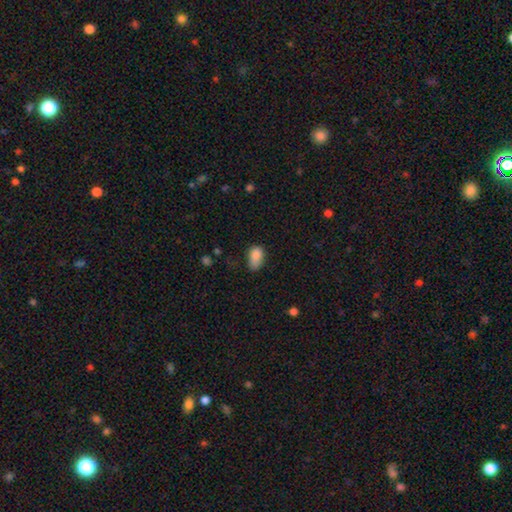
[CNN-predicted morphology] Smooth or featured? Predicted: smooth (p=0.85). How rounded? Predicted: in between (p=0.89). Merging? Predicted: none (p=0.46).